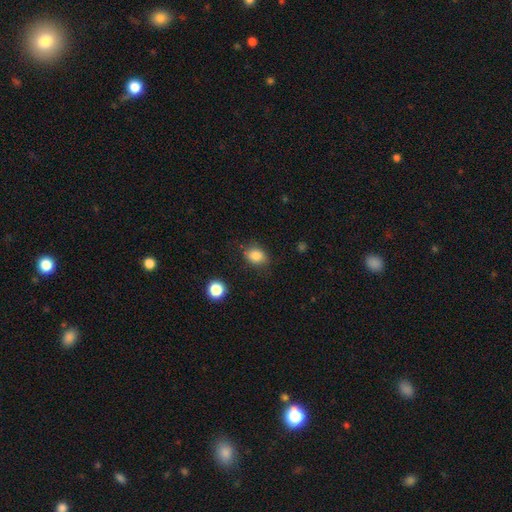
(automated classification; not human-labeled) Smooth or featured? smooth (85%)
How rounded? in between (59%)
Merging? none (77%)